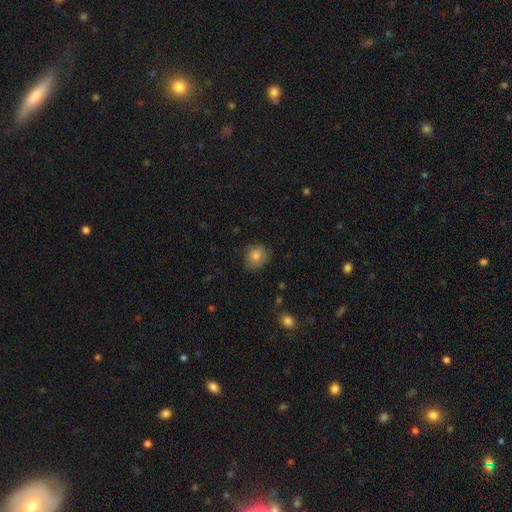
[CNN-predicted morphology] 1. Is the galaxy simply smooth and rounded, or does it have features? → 82% smooth, 9% star or artifact, 8% featured or disk.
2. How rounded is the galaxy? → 75% round, 24% in between, 1% cigar-shaped.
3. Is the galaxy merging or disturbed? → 80% none, 16% minor disturbance, 3% major disturbance, 1% merger.